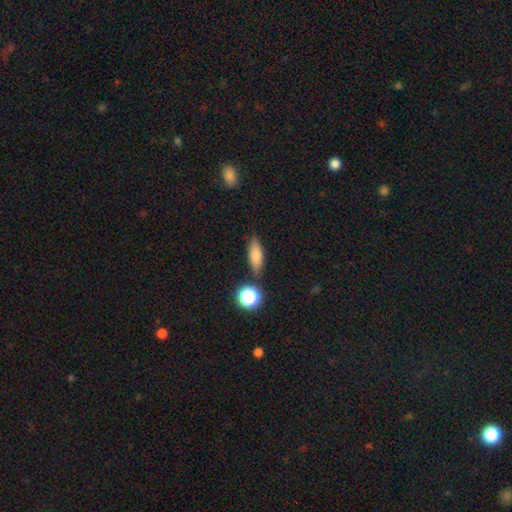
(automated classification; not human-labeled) smooth-or-featured: smooth: 77% | featured or disk: 13% | star or artifact: 10%
  how-rounded: in between: 63% | cigar-shaped: 30% | round: 7%
  merging: none: 76% | minor disturbance: 14% | merger: 6% | major disturbance: 4%